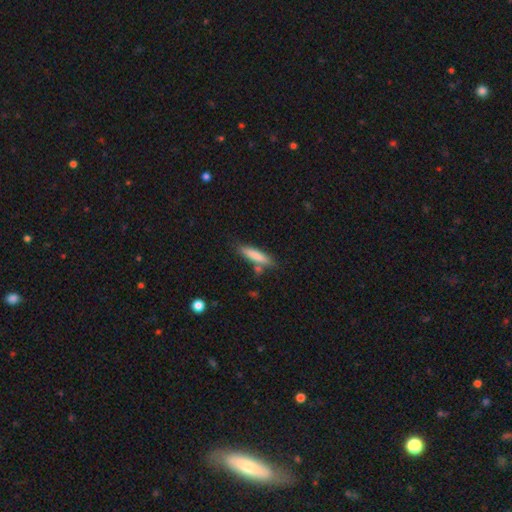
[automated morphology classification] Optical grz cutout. It shows a smooth galaxy with no disk features (80%) that is cigar-shaped (81%). Merging: none (73%).